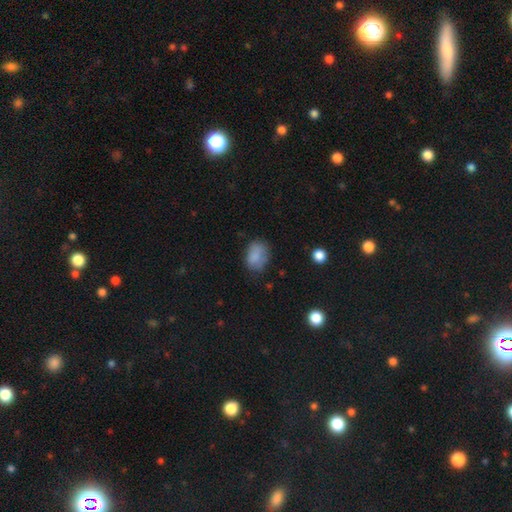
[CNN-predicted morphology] A smooth galaxy with no disk features (82%) that is in between round and cigar-shaped (72%).

Vote fractions:
- Smooth or featured? smooth: 82% / star or artifact: 9% / featured or disk: 9%
- How rounded? in between: 72% / round: 27% / cigar-shaped: 1%
- Merging? none: 64% / minor disturbance: 26% / major disturbance: 8% / merger: 2%